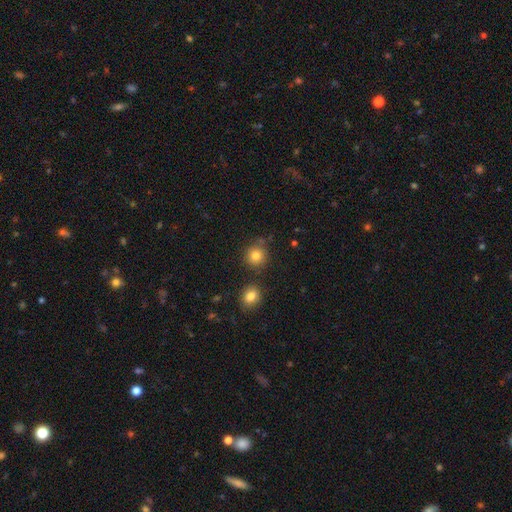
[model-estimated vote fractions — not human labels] Smooth or featured? smooth (82%)
How rounded? round (90%)
Merging? none (79%)